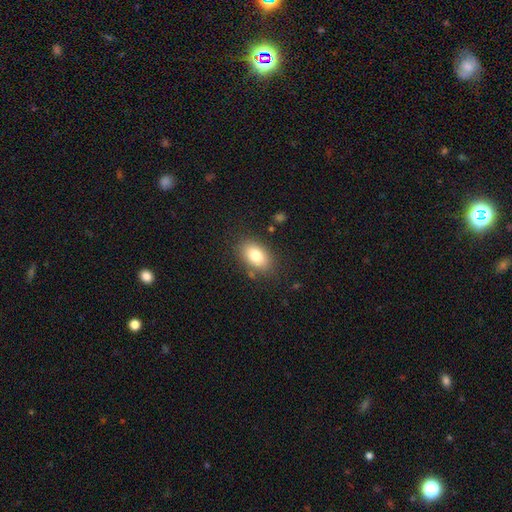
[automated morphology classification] Smooth or featured? Predicted: smooth (p=0.80). How rounded? Predicted: in between (p=0.88). Merging? Predicted: none (p=0.83).